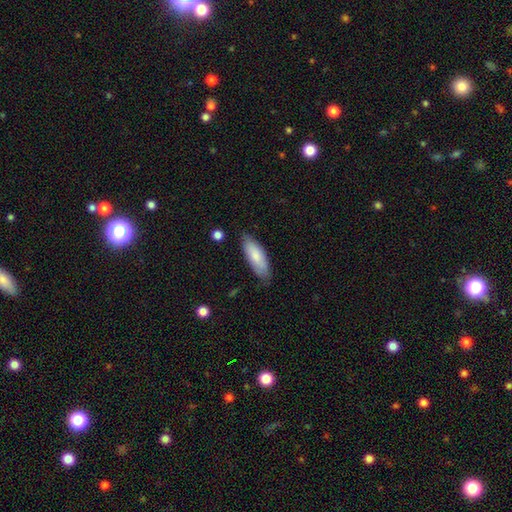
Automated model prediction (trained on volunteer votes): This is likely a smooth galaxy (80%). How rounded: likely in between (64%). Merging: likely none (79%).